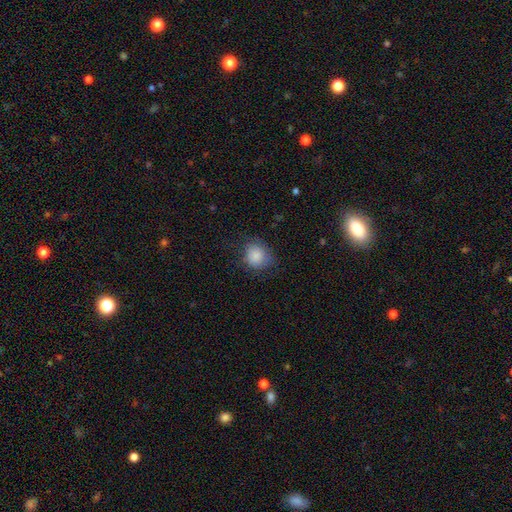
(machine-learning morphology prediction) Overall: smooth (84%). How rounded: round (78%). Merging: none (67%).